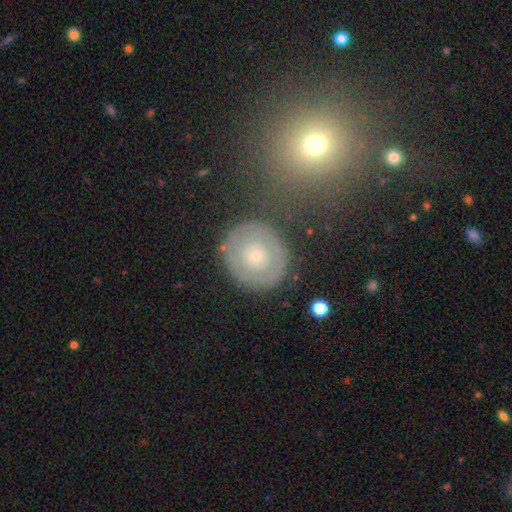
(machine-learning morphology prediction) Overall: featured or disk (51%; smooth 42%). Edge-on disk: no (96%). Merging: none (82%).